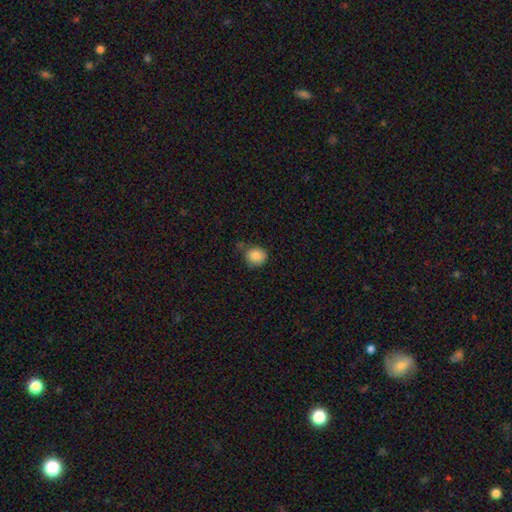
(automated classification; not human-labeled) This appears to be a smooth galaxy with no disk features (85%) that is round (83%). Merging: none (64%).